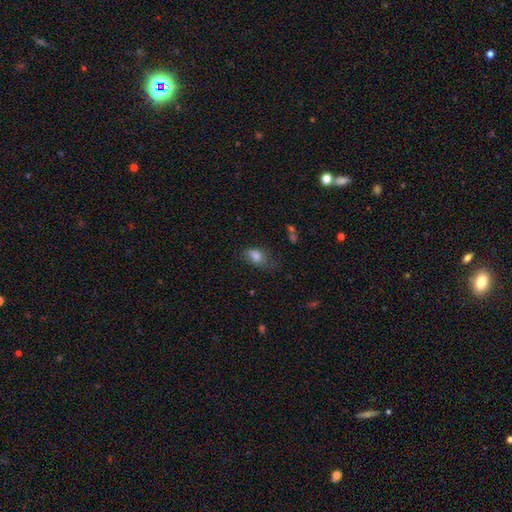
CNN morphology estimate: This appears to be a smooth galaxy with no disk features (78%) that is in between round and cigar-shaped (80%). Merging: none (44%).